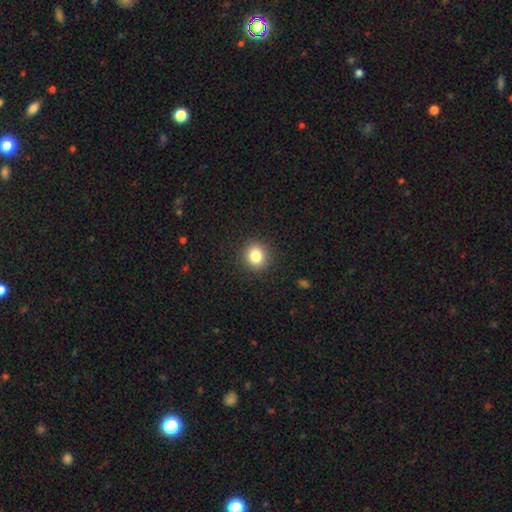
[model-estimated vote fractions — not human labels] A smooth galaxy with no disk features (83%) that is round (88%).

Vote fractions:
- Smooth or featured? smooth: 83% / star or artifact: 11% / featured or disk: 6%
- How rounded? round: 88% / in between: 11% / cigar-shaped: 1%
- Merging? none: 91% / minor disturbance: 6% / major disturbance: 2% / merger: 1%